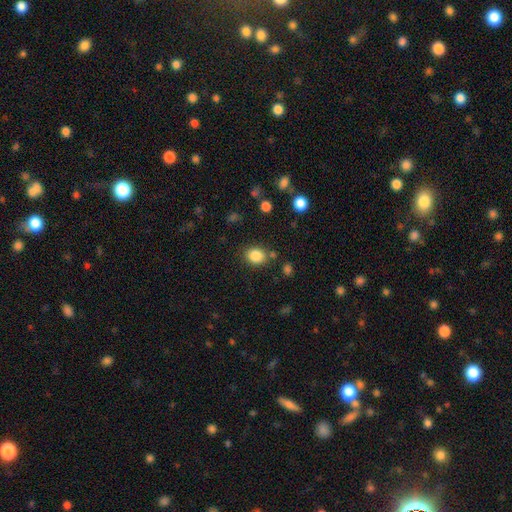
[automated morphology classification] smooth_or_featured: smooth (p=0.85) [alt: star or artifact p=0.10]
how_rounded: round (p=0.58) [alt: in between p=0.41]
merging: none (p=0.79) [alt: minor disturbance p=0.11]